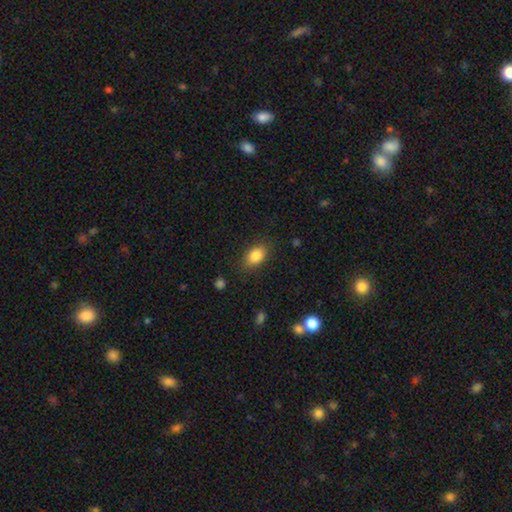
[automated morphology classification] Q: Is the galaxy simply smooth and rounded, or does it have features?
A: smooth — 85%.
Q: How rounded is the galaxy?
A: in between — 84%.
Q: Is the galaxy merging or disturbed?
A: none — 81%.